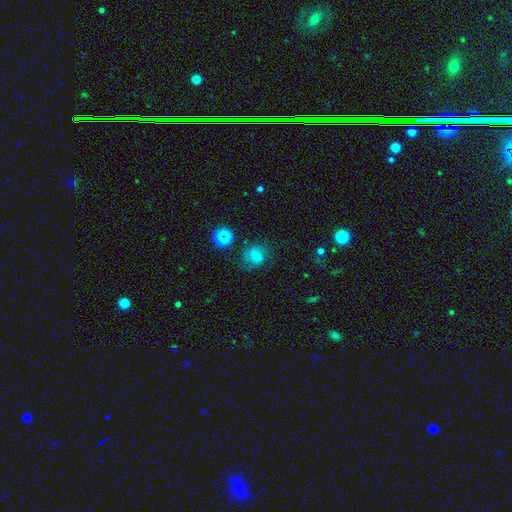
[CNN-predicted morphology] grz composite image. It shows a smooth galaxy with no disk features (65%) that is round (55%). Merging: none (60%).